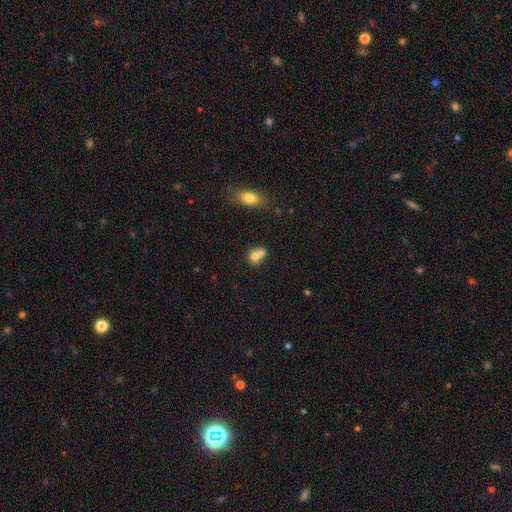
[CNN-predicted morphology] This is likely a smooth galaxy (73%). How rounded: likely round (62%). Merging: possibly merger (55%).